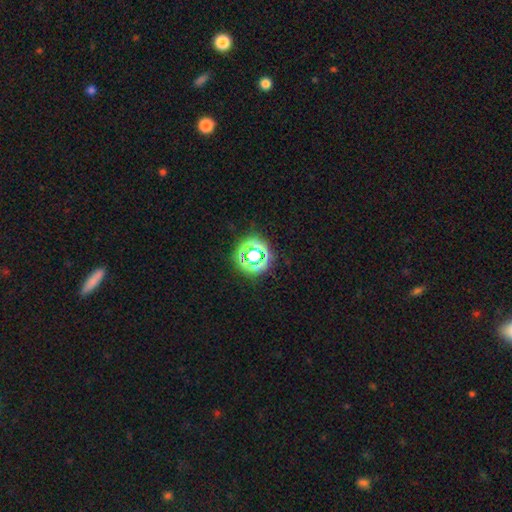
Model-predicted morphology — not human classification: A star or artifact, not a galaxy (49%).

Vote fractions:
- Smooth or featured? star or artifact: 49% / smooth: 38% / featured or disk: 13%